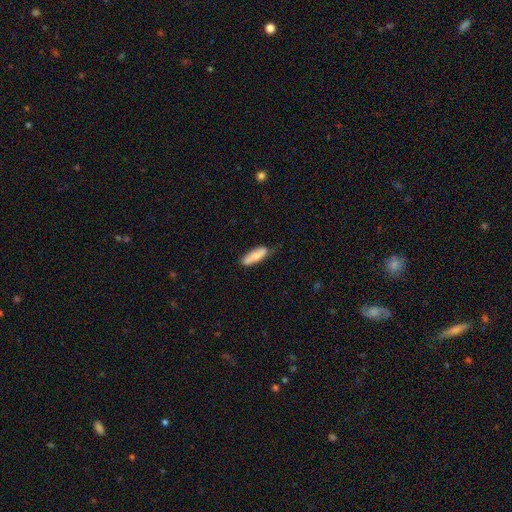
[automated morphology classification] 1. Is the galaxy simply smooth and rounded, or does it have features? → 71% smooth, 23% featured or disk, 6% star or artifact.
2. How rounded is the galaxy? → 51% in between, 47% cigar-shaped, 2% round.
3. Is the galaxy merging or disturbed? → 68% none, 25% minor disturbance, 4% major disturbance, 3% merger.